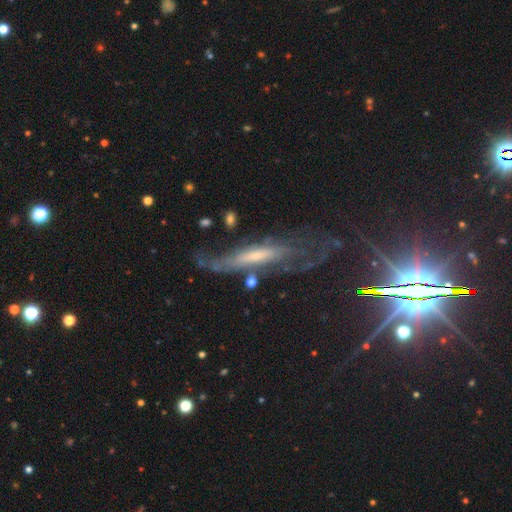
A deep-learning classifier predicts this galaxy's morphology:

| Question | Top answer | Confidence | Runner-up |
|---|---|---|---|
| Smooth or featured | featured or disk | 70% | smooth (19%) |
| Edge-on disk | no | 56% | yes (44%) |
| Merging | none | 52% | minor disturbance (23%) |